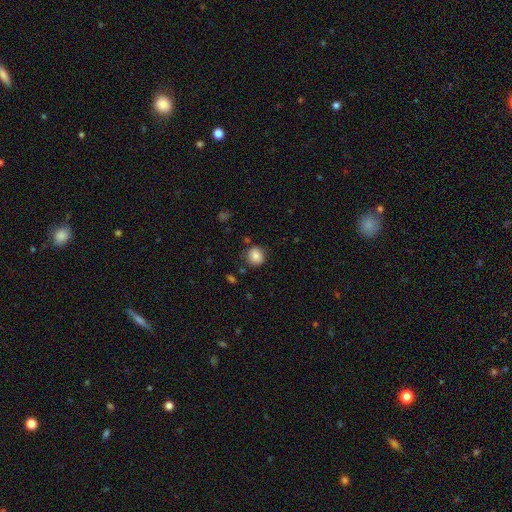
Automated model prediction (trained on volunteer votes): Smooth or featured? Predicted: smooth (p=0.85). How rounded? Predicted: round (p=0.87). Merging? Predicted: none (p=0.83).